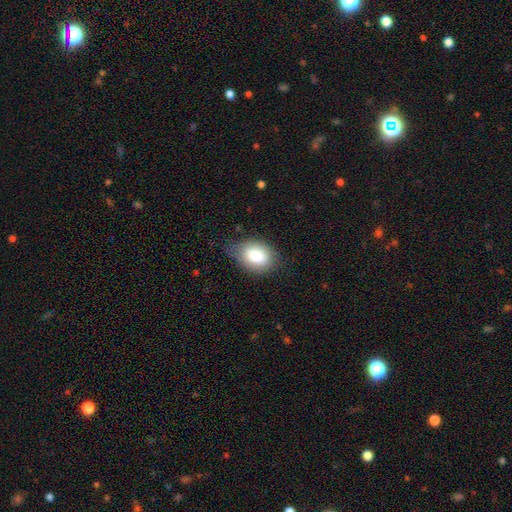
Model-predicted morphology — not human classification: This is clearly a smooth galaxy (83%). How rounded: likely in between (77%). Merging: likely none (62%).